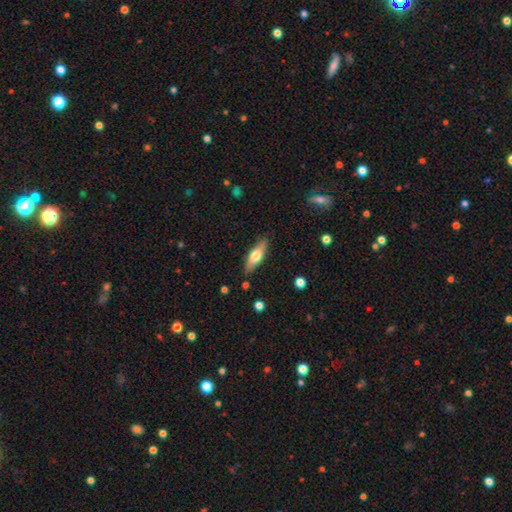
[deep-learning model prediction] This is possibly a smooth galaxy (55%). How rounded: possibly in between (52%). Merging: clearly none (85%).